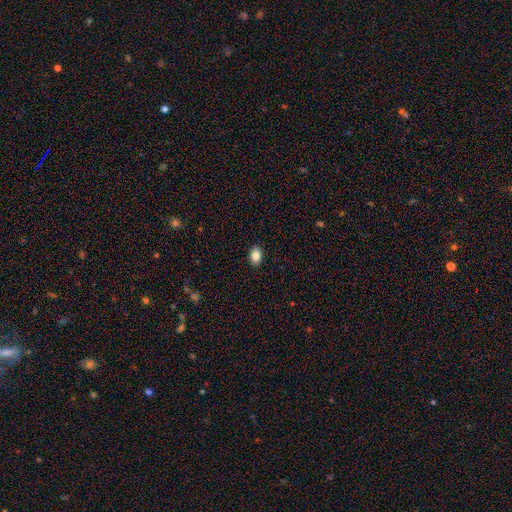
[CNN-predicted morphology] A smooth galaxy with no disk features (85%) that is in between round and cigar-shaped (79%). Merging: none (90%).